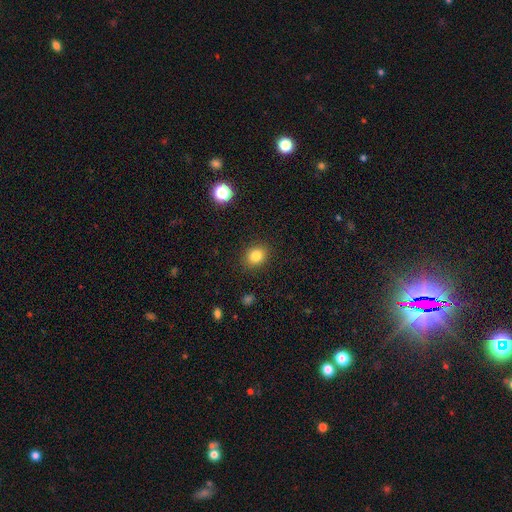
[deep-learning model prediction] A smooth galaxy with no disk features (82%) that is round (63%). Merging: none (89%).